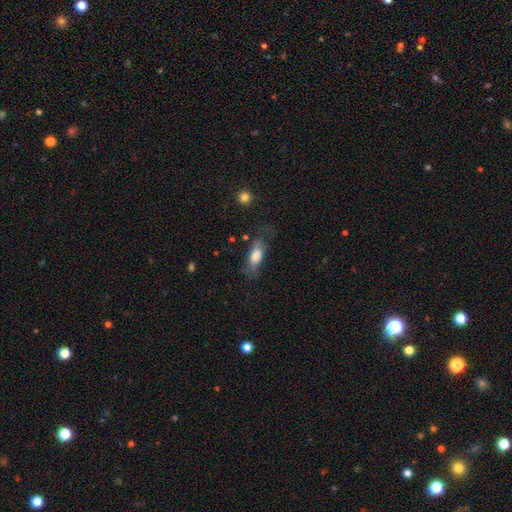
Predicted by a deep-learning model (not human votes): smooth_or_featured: smooth (p=0.72) [alt: featured or disk p=0.20]
how_rounded: in between (p=0.75) [alt: cigar-shaped p=0.22]
merging: none (p=0.53) [alt: minor disturbance p=0.26]